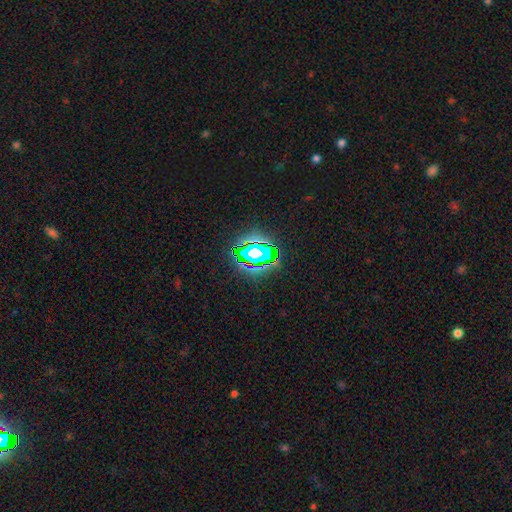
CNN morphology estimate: A star or artifact, not a galaxy (71%).

Vote fractions:
- Smooth or featured? star or artifact: 71% / smooth: 17% / featured or disk: 12%